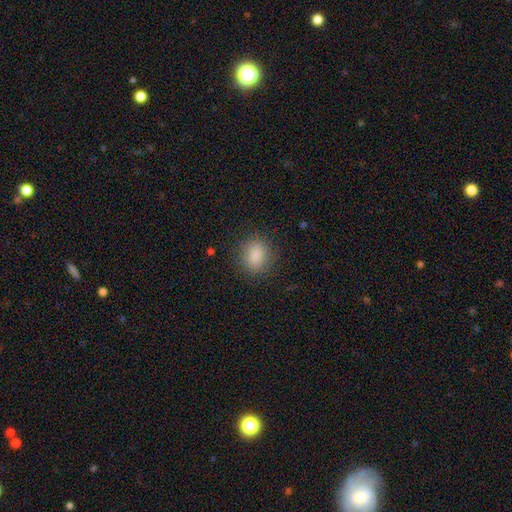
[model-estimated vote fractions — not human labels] smooth_or_featured: smooth (p=0.86) [alt: star or artifact p=0.09]
how_rounded: round (p=0.71) [alt: in between p=0.28]
merging: none (p=0.84) [alt: minor disturbance p=0.11]